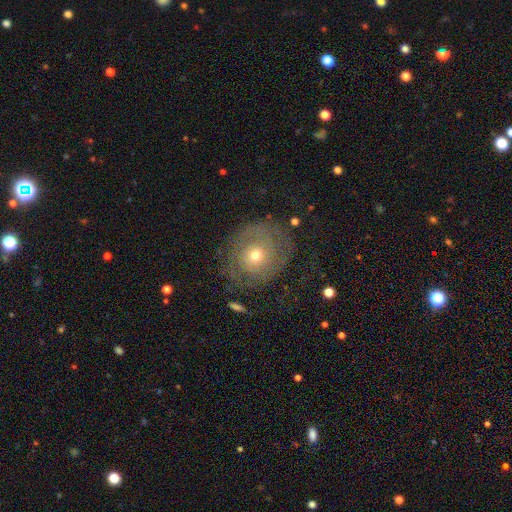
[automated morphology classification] smooth-or-featured: featured or disk: 58% | smooth: 32% | star or artifact: 10%
  disk-edge-on: no: 96% | yes: 4%
    bar: no: 84% | weak: 13% | strong: 3%
    has-spiral-arms: yes: 68% | no: 32%
    bulge-size: small: 49% | moderate: 47% | large: 3% | dominant: 1% | none: 1%
  merging: none: 70% | minor disturbance: 17% | major disturbance: 12% | merger: 2%